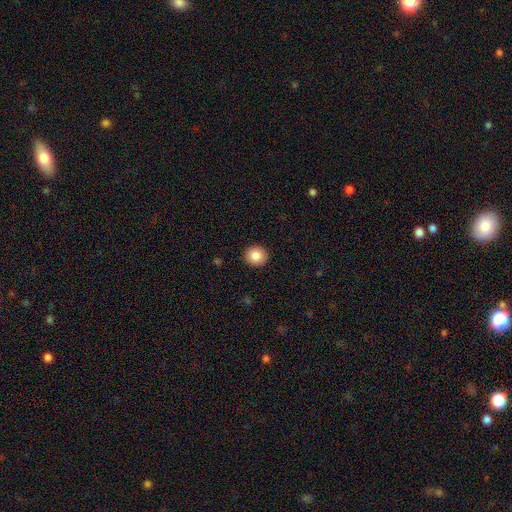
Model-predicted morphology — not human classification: Smooth or featured: smooth — 86% (star or artifact — 9%)
How rounded: round — 89% (in between — 10%)
Merging: none — 92% (minor disturbance — 5%)